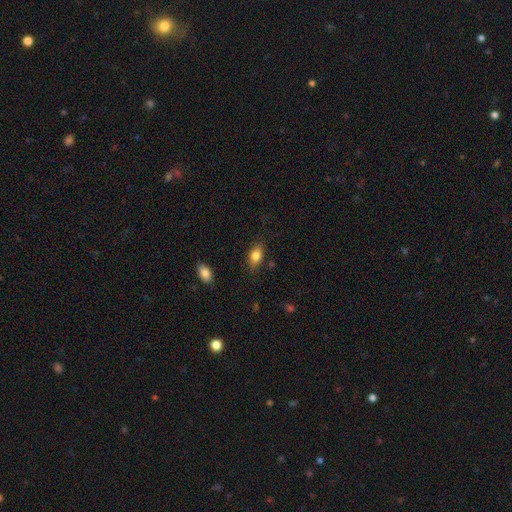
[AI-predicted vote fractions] A smooth galaxy with no disk features (81%) that is in between round and cigar-shaped (86%). Merging: none (78%).